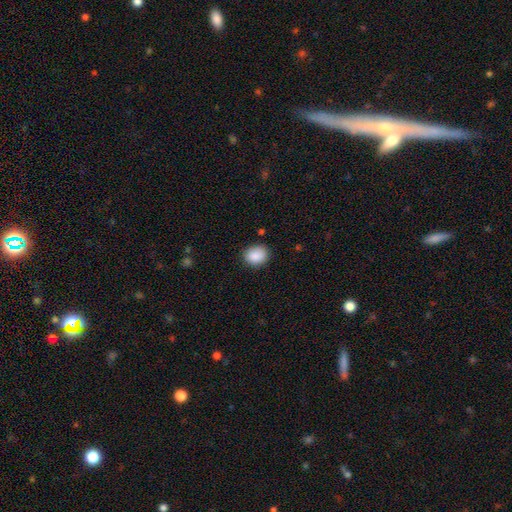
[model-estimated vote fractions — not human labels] Overall: smooth (88%). How rounded: round (52%; in between 47%). Merging: none (83%).